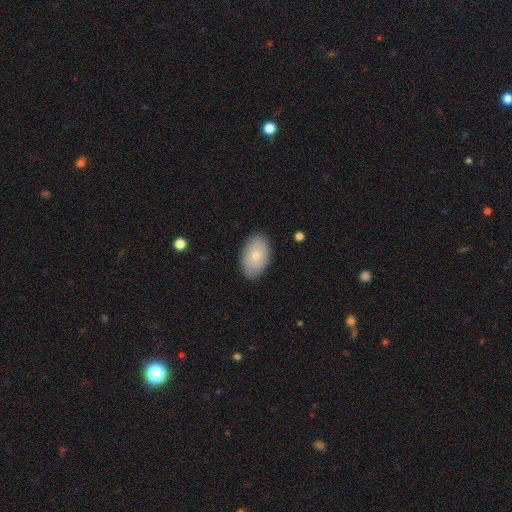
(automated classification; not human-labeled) Q: Smooth or featured?
A: smooth (77%); runner-up: featured or disk (17%)
Q: How rounded?
A: in between (92%); runner-up: round (7%)
Q: Merging?
A: none (86%); runner-up: minor disturbance (11%)